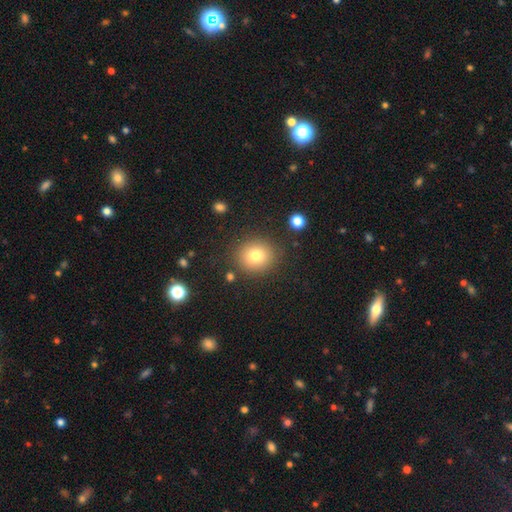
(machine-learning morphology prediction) smooth-or-featured: smooth: 78% | star or artifact: 12% | featured or disk: 10%
  how-rounded: round: 83% | in between: 16% | cigar-shaped: 1%
  merging: none: 84% | minor disturbance: 9% | major disturbance: 4% | merger: 3%